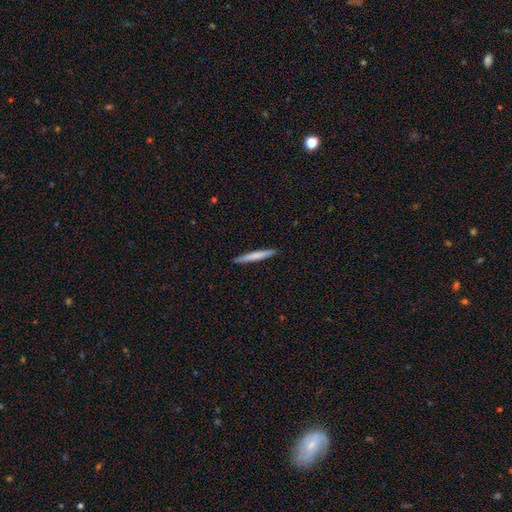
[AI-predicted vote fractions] This is likely a smooth galaxy (71%). How rounded: clearly cigar-shaped (96%). Merging: clearly none (91%).